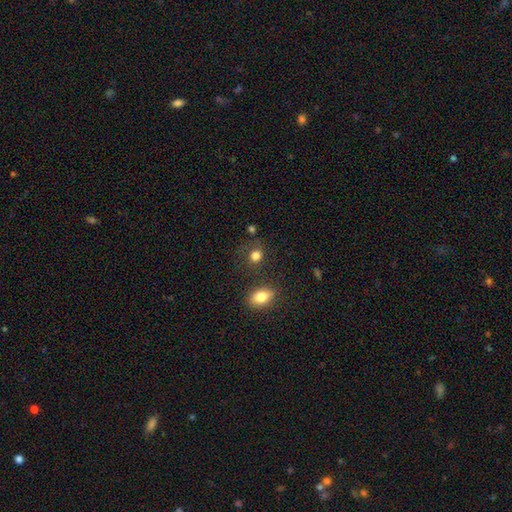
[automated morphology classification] Q: Smooth or featured?
A: smooth (83%); runner-up: star or artifact (11%)
Q: How rounded?
A: round (59%); runner-up: in between (40%)
Q: Merging?
A: none (72%); runner-up: minor disturbance (15%)